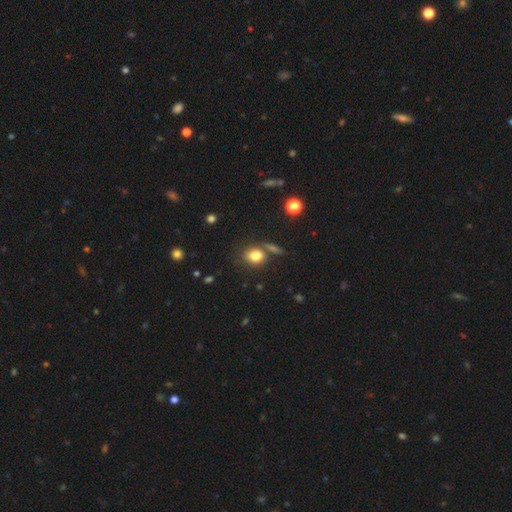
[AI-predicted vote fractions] Q: Smooth or featured?
A: smooth (81%); runner-up: star or artifact (11%)
Q: How rounded?
A: in between (51%); runner-up: round (47%)
Q: Merging?
A: none (66%); runner-up: merger (15%)